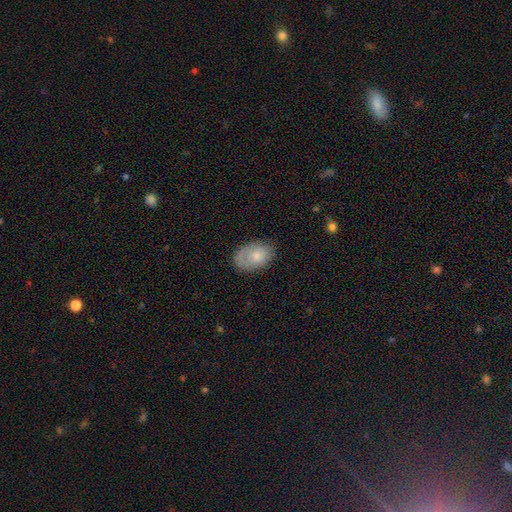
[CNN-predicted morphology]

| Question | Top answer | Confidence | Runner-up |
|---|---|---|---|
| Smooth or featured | smooth | 68% | featured or disk (25%) |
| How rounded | in between | 87% | round (12%) |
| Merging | none | 68% | minor disturbance (23%) |